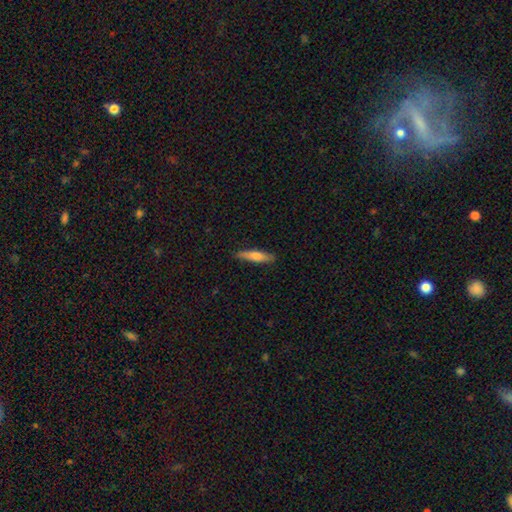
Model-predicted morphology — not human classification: A smooth galaxy with no disk features (64%) that is cigar-shaped (84%). Merging: none (88%).